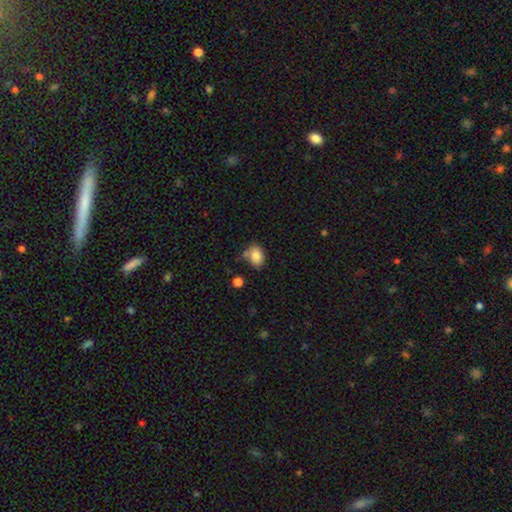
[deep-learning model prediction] This appears to be a smooth galaxy with no disk features (84%) that is in between round and cigar-shaped (77%). Merging: none (60%).